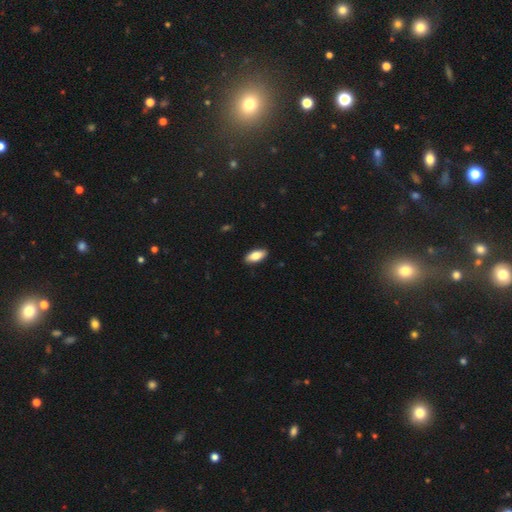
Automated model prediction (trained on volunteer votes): Smooth or featured? Predicted: smooth (p=0.83). How rounded? Predicted: in between (p=0.86). Merging? Predicted: none (p=0.90).